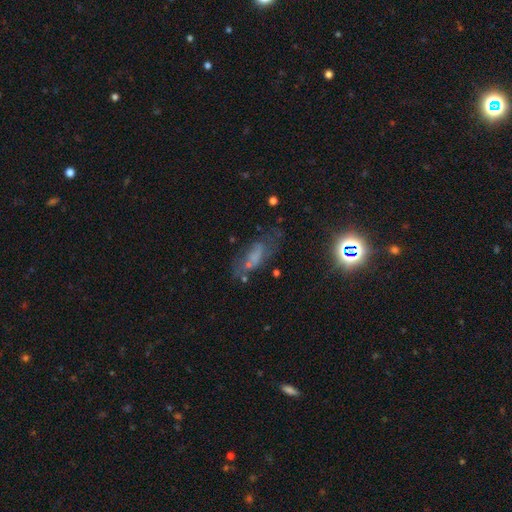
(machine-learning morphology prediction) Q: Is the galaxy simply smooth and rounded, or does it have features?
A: smooth — 45%.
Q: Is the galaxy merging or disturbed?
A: none — 43%.